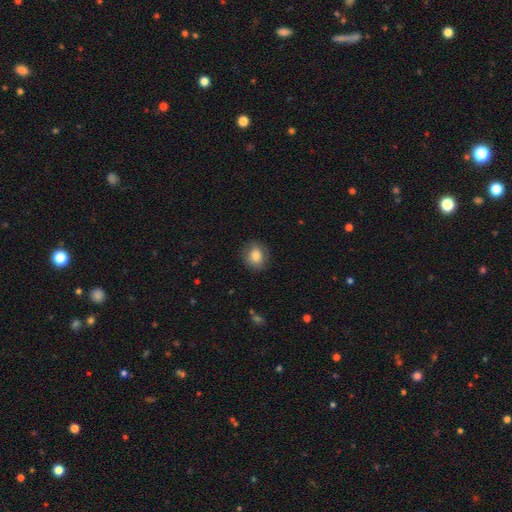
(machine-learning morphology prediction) This appears to be a smooth galaxy with no disk features (82%) that is round (71%). Merging: none (85%).